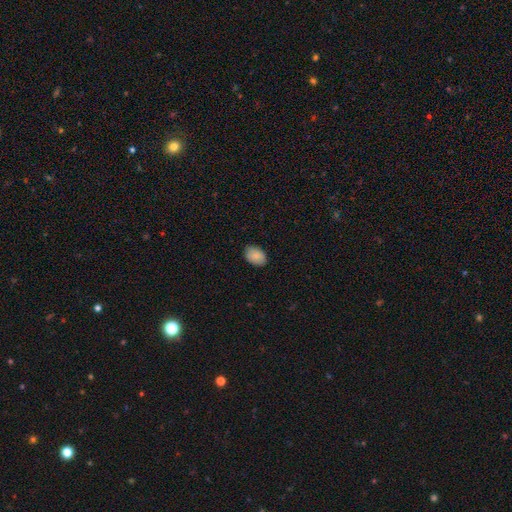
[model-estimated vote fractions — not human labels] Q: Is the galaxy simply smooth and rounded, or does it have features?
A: smooth — 88%.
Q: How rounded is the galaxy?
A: in between — 82%.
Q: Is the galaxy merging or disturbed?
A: none — 88%.